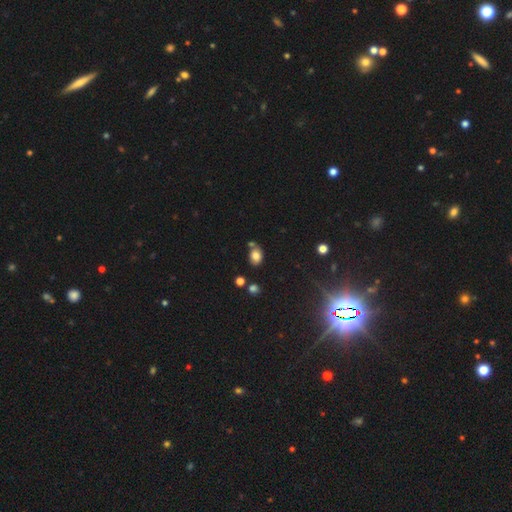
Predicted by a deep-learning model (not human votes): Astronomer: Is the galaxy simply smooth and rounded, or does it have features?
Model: smooth — 80%.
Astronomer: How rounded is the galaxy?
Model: in between — 68%.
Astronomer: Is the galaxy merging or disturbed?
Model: none — 66%.